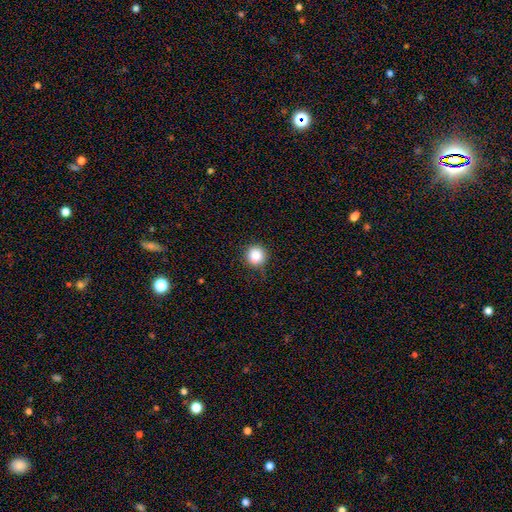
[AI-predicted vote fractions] Smooth or featured? Predicted: smooth (p=0.85). How rounded? Predicted: round (p=0.93). Merging? Predicted: none (p=0.82).